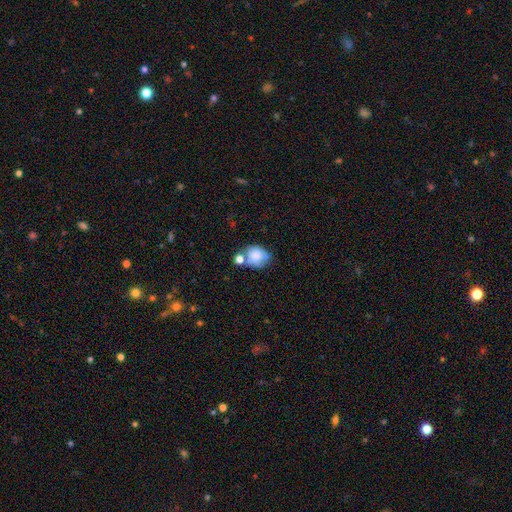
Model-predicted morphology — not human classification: Smooth or featured? smooth (73%)
How rounded? in between (53%)
Merging? none (38%)